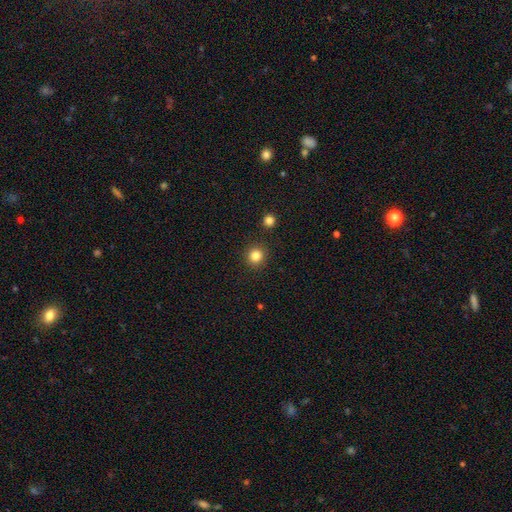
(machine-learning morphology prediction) Smooth or featured? smooth (83%)
How rounded? round (93%)
Merging? none (91%)